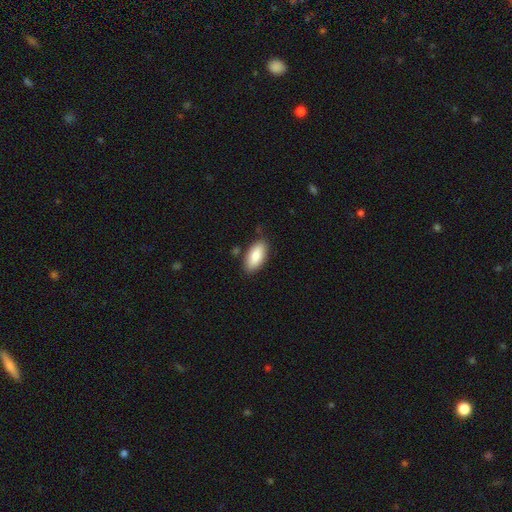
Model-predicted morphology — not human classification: A smooth galaxy with no disk features (84%) that is in between round and cigar-shaped (90%). Merging: none (81%).